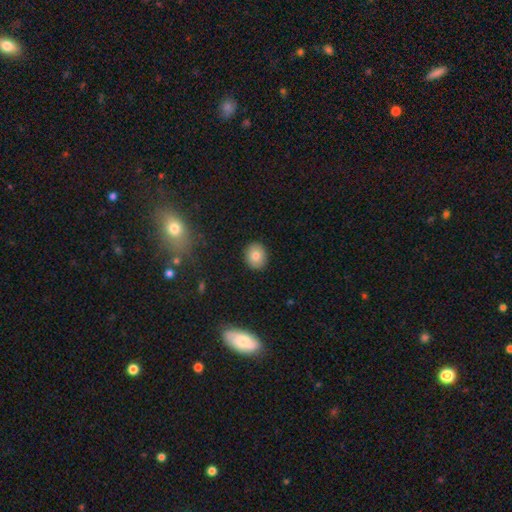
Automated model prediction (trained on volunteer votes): This is likely a smooth galaxy (79%). How rounded: likely round (64%). Merging: clearly none (90%).